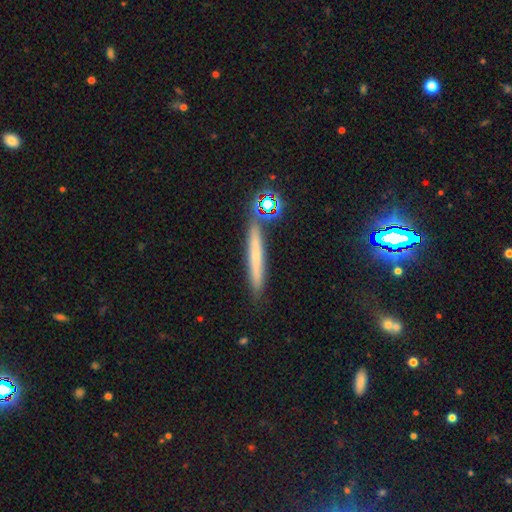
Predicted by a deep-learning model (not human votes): smooth 51%, featured or disk 35%, star or artifact 14%. Down the decision tree: how rounded — cigar-shaped (93%); merging — none (82%).